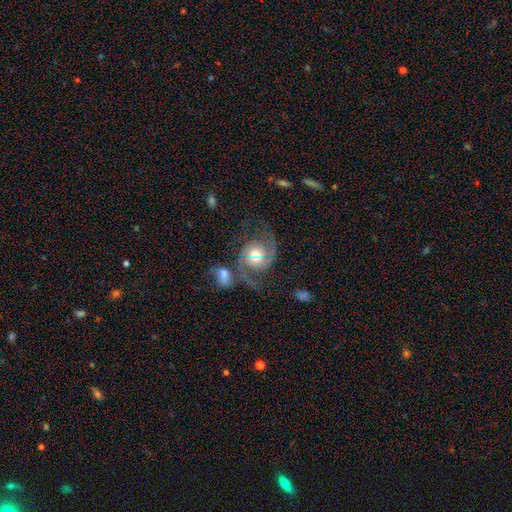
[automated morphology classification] smooth_or_featured: featured or disk (p=0.85) [alt: smooth p=0.10]
disk_edge_on: no (p=0.98) [alt: yes p=0.02]
bar: no (p=0.67) [alt: weak p=0.27]
has_spiral_arms: yes (p=0.96) [alt: no p=0.04]
spiral_winding: medium (p=0.50) [alt: loose p=0.31]
spiral_arm_count: 2 (p=0.90) [alt: can't tell p=0.03]
bulge_size: moderate (p=0.62) [alt: small p=0.20]
merging: none (p=0.42) [alt: merger p=0.29]